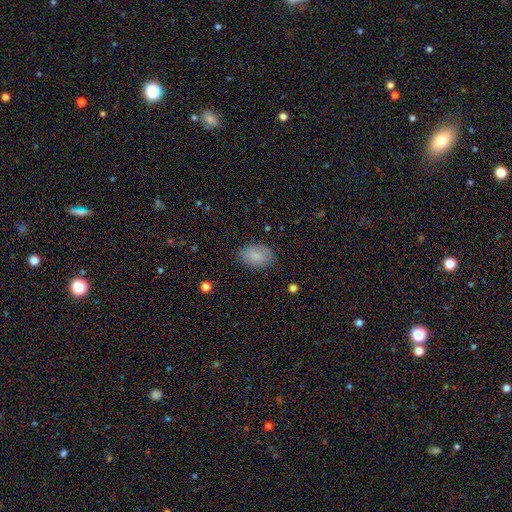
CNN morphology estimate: This appears to be a smooth galaxy with no disk features (84%) that is in between round and cigar-shaped (87%). Merging: none (79%).